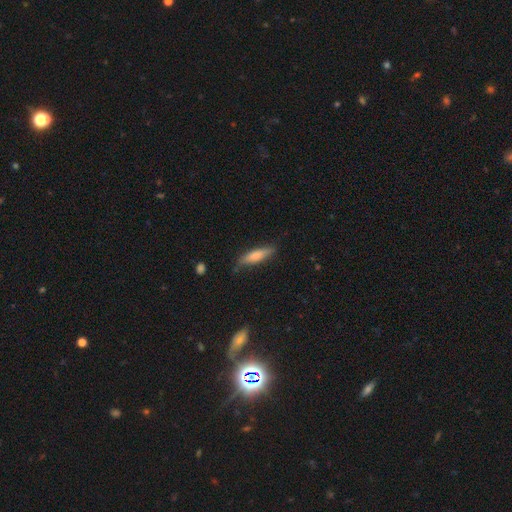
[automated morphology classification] This appears to be a smooth galaxy with no disk features (72%) that is cigar-shaped (72%). Merging: none (77%).